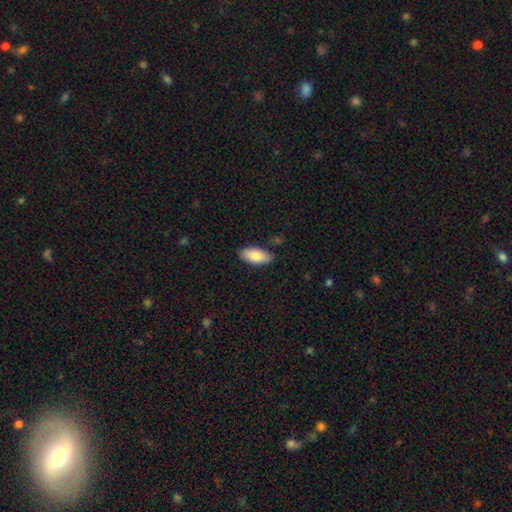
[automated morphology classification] type=smooth (83%); roundness=in between (89%); merging=none (84%).